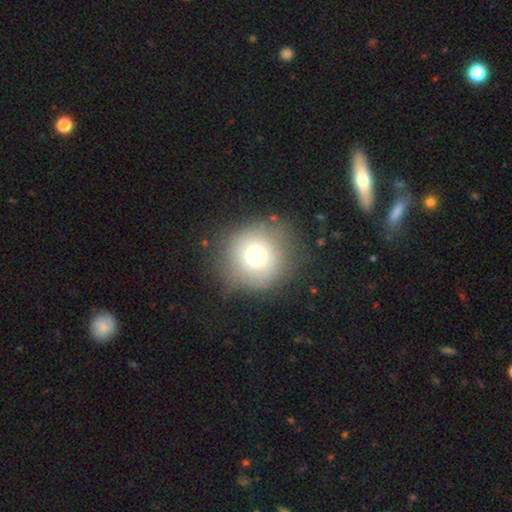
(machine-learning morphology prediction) The model was most divided on "smooth or featured": smooth: 71%, featured or disk: 16%, star or artifact: 13%. More confident: how rounded — round (92%); merging — none (76%).